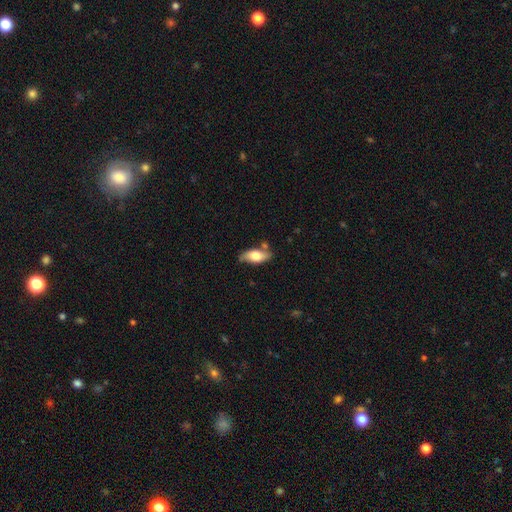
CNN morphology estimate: smooth 65%, featured or disk 29%, star or artifact 6%. Down the decision tree: how rounded — in between (83%); merging — none (70%).